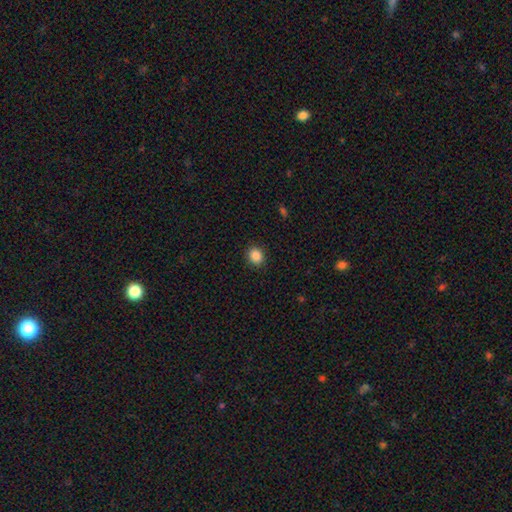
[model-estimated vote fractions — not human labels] The model was most divided on "how rounded": round: 68%, in between: 31%, cigar-shaped: 1%. More confident: merging — none (90%); smooth or featured — smooth (88%).